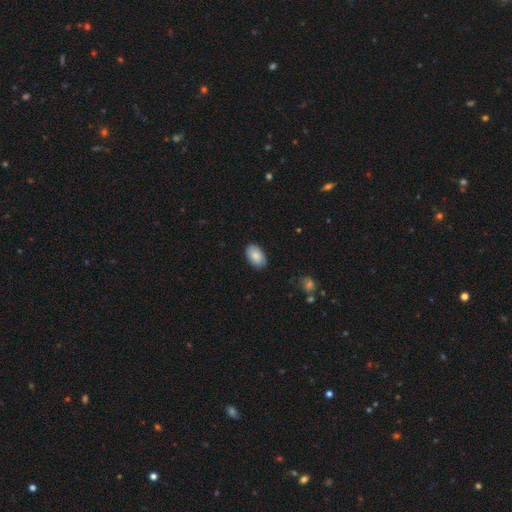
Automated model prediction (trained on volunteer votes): Overall: smooth (86%). How rounded: in between (93%). Merging: none (86%).